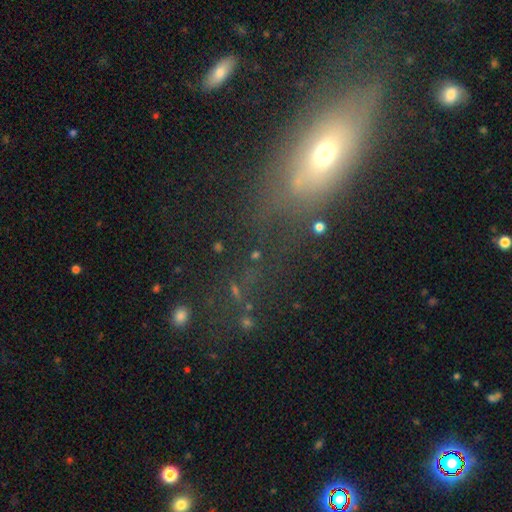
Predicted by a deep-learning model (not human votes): Morphology: type=star or artifact (41%).